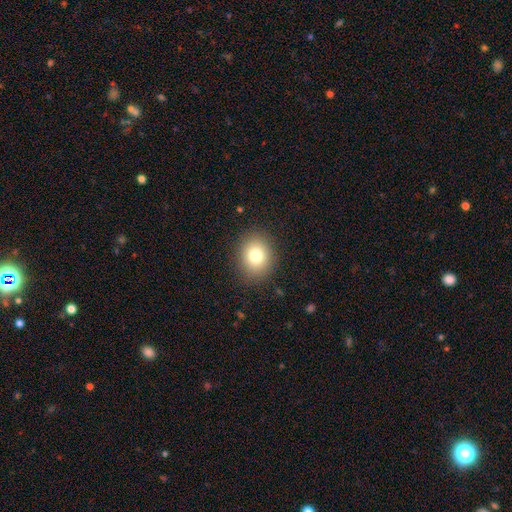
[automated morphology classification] type=smooth (80%); roundness=round (63%); merging=none (88%).